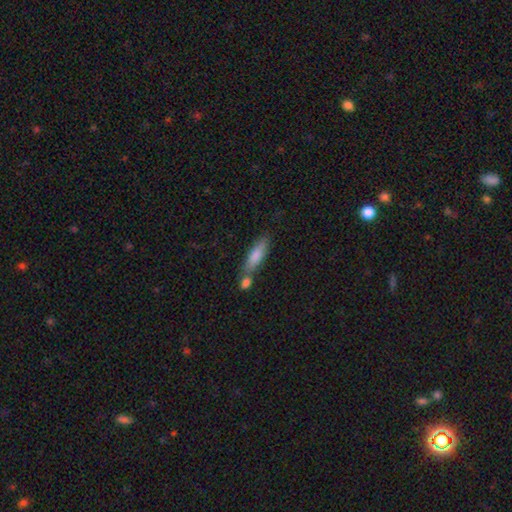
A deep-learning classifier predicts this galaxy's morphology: This appears to be a smooth galaxy with no disk features (80%) that is cigar-shaped (53%). Merging: none (51%).